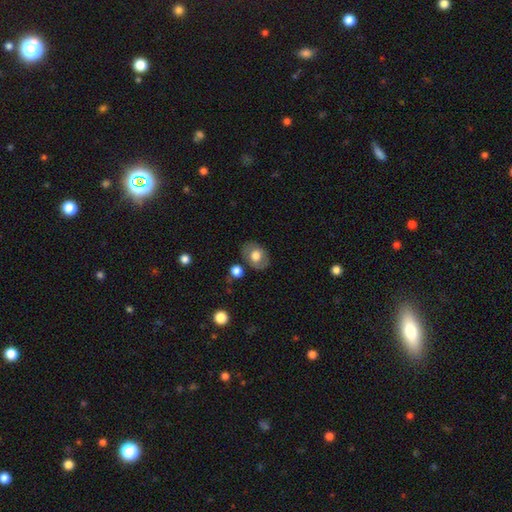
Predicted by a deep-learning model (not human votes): Overall: smooth (62%; featured or disk 31%). How rounded: in between (63%; round 36%). Merging: none (78%).